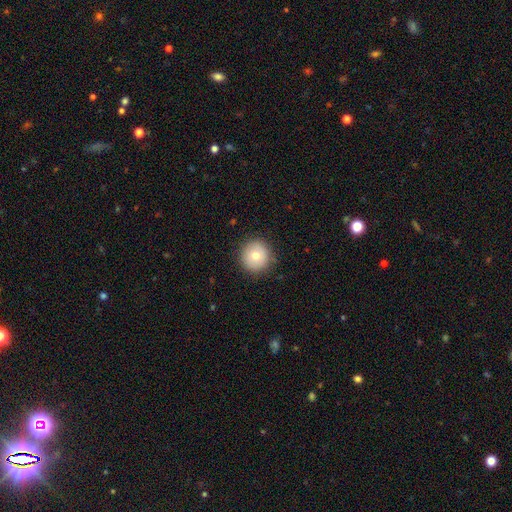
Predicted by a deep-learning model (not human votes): Overall: smooth (75%). How rounded: round (94%). Merging: none (89%).